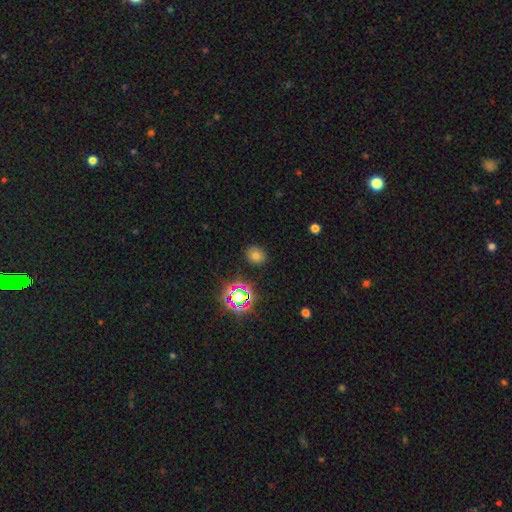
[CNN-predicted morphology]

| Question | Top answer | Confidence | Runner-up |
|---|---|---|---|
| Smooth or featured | smooth | 67% | star or artifact (25%) |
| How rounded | round | 64% | in between (35%) |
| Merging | none | 86% | minor disturbance (9%) |